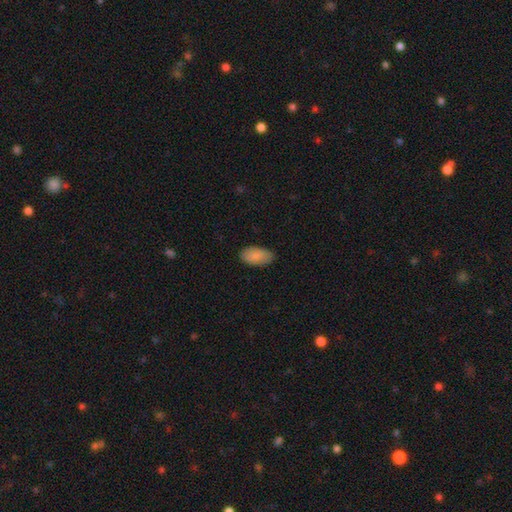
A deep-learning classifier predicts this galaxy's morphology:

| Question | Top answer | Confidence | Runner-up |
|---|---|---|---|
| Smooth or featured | smooth | 88% | star or artifact (6%) |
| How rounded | in between | 94% | cigar-shaped (3%) |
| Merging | none | 85% | minor disturbance (12%) |